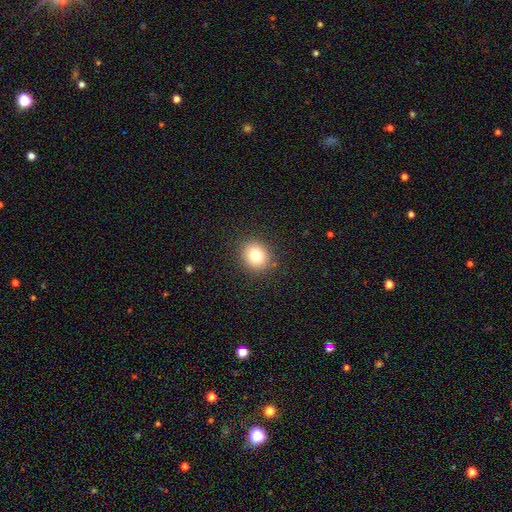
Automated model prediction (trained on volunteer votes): Smooth or featured? smooth (80%)
How rounded? round (70%)
Merging? none (88%)